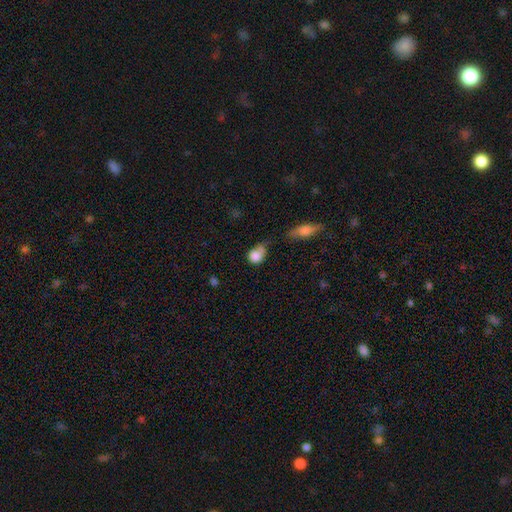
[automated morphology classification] smooth-or-featured: smooth: 81% | featured or disk: 10% | star or artifact: 9%
  how-rounded: round: 65% | in between: 33% | cigar-shaped: 2%
  merging: none: 35% | minor disturbance: 28% | merger: 20% | major disturbance: 17%